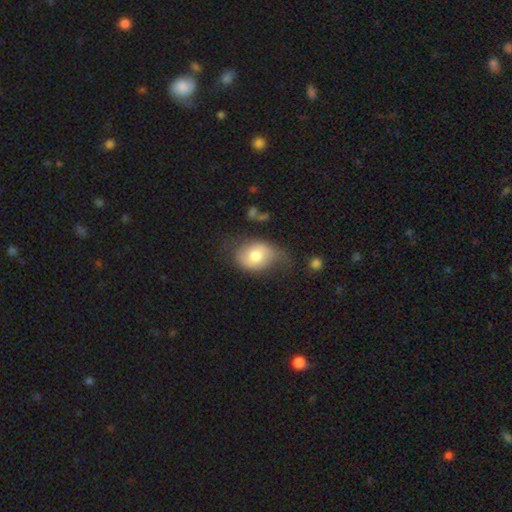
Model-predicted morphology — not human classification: smooth_or_featured: smooth (p=0.66) [alt: featured or disk p=0.27]
how_rounded: in between (p=0.69) [alt: round p=0.30]
merging: none (p=0.41) [alt: minor disturbance p=0.36]